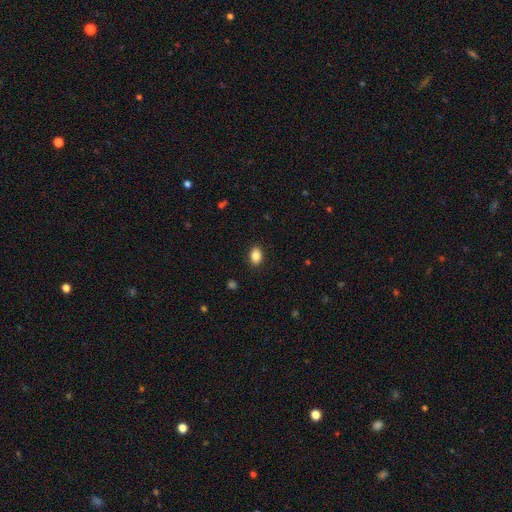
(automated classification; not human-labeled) This appears to be a smooth galaxy with no disk features (86%) that is in between round and cigar-shaped (81%). Merging: none (89%).